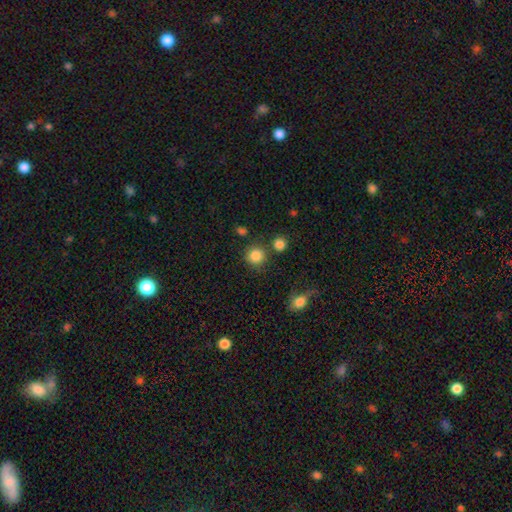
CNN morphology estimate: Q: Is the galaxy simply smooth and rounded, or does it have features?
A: smooth — 85%.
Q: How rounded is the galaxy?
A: round — 90%.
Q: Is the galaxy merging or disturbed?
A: none — 78%.